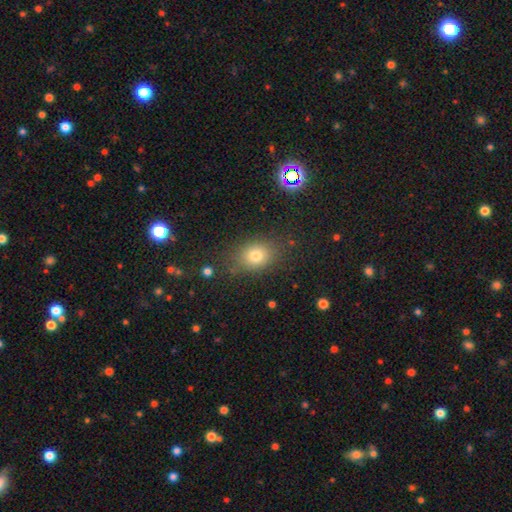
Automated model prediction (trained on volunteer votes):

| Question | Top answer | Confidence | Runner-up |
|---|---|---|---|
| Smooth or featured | smooth | 77% | star or artifact (14%) |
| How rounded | in between | 50% | round (49%) |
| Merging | none | 79% | minor disturbance (13%) |